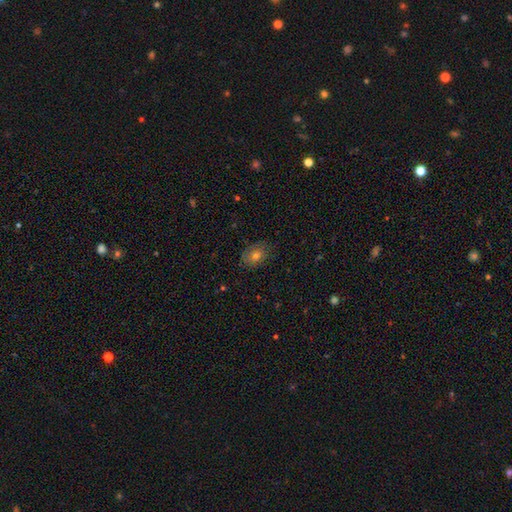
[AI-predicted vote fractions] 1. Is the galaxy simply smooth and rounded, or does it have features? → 63% smooth, 21% featured or disk, 16% star or artifact.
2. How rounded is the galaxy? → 62% in between, 37% round, 1% cigar-shaped.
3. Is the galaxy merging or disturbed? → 76% none, 18% minor disturbance, 5% major disturbance, 1% merger.